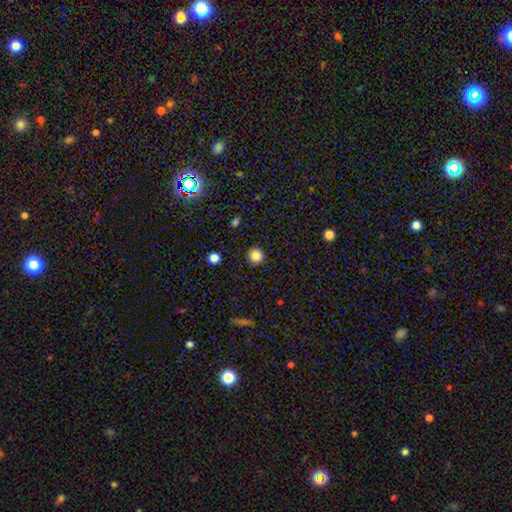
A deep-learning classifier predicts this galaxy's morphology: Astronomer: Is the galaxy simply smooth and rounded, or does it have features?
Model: smooth — 85%.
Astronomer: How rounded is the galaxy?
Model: round — 96%.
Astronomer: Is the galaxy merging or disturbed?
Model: none — 92%.